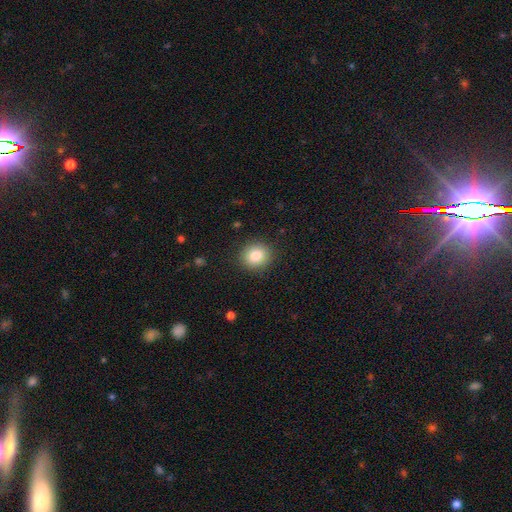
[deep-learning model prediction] Smooth or featured? Predicted: smooth (p=0.83). How rounded? Predicted: round (p=0.81). Merging? Predicted: none (p=0.89).